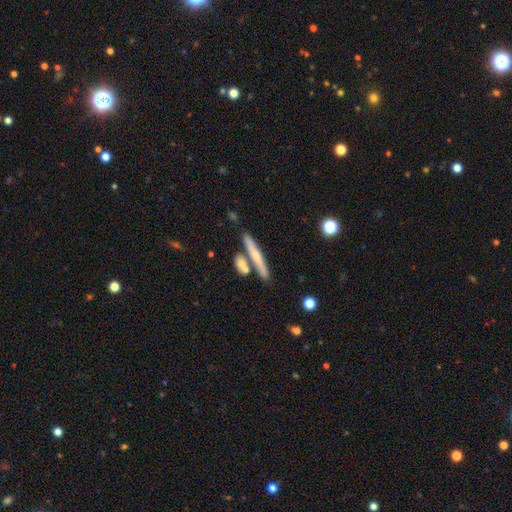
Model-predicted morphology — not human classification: A smooth galaxy with no disk features (49%). Merging: none (70%).